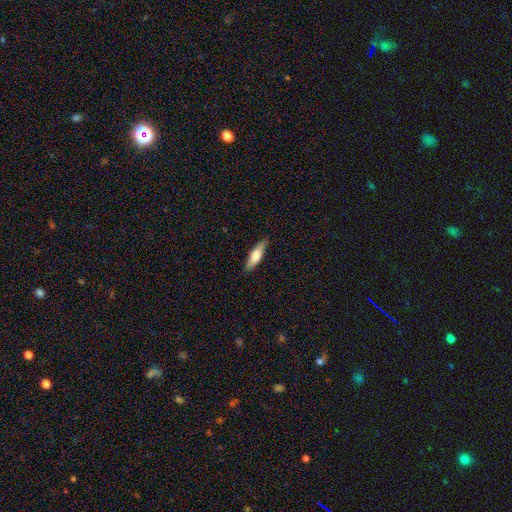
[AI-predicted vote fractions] smooth-or-featured: smooth: 63% | featured or disk: 32% | star or artifact: 6%
  how-rounded: cigar-shaped: 62% | in between: 36% | round: 2%
  merging: none: 85% | minor disturbance: 11% | major disturbance: 2% | merger: 1%